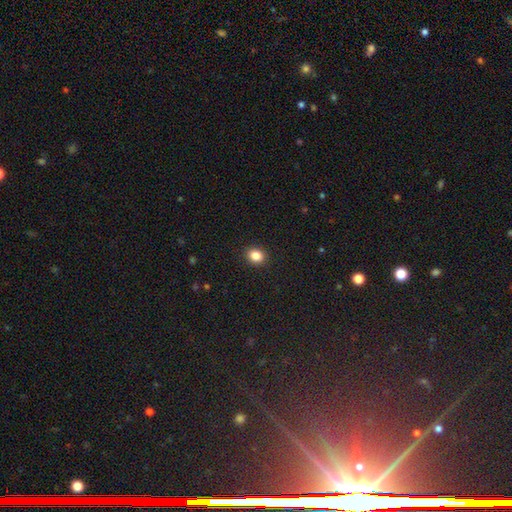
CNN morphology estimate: The model was most divided on "how rounded": round: 61%, in between: 38%, cigar-shaped: 1%. More confident: merging — none (91%); smooth or featured — smooth (85%).